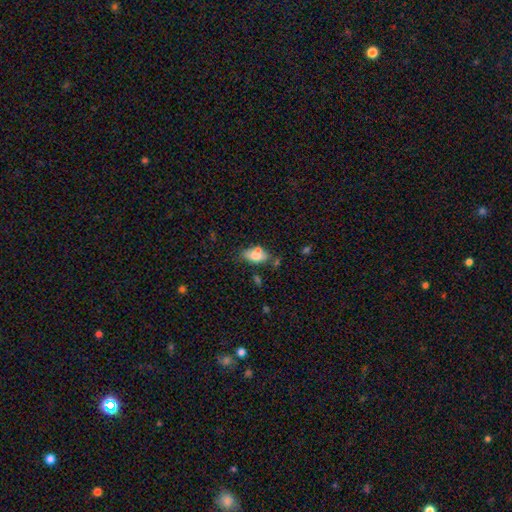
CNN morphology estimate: A smooth galaxy with no disk features (69%) that is in between round and cigar-shaped (85%).

Vote fractions:
- Smooth or featured? smooth: 69% / featured or disk: 21% / star or artifact: 10%
- How rounded? in between: 85% / round: 8% / cigar-shaped: 7%
- Merging? none: 47% / minor disturbance: 22% / merger: 22% / major disturbance: 9%